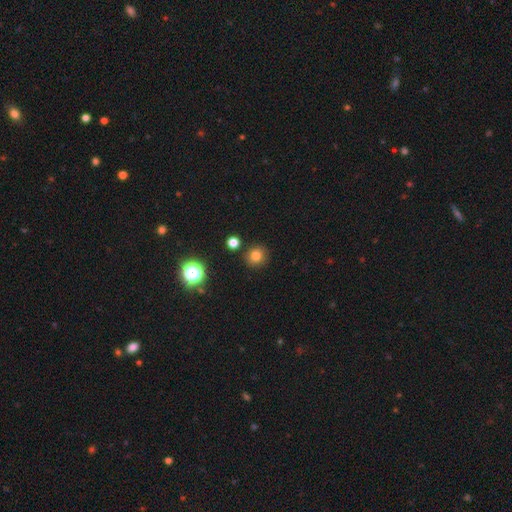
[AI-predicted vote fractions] Smooth or featured?
  - smooth: 78% *
  - star or artifact: 15%
  - featured or disk: 7%
How rounded?
  - round: 89% *
  - in between: 10%
  - cigar-shaped: 1%
Merging?
  - none: 87% *
  - minor disturbance: 7%
  - merger: 4%
  - major disturbance: 2%